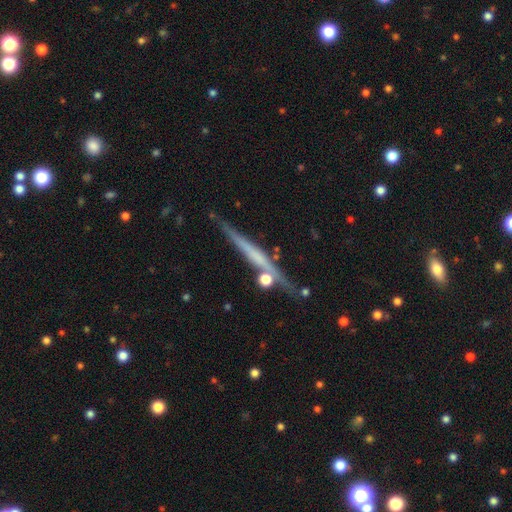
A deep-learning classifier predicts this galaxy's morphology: featured or disk 63%, smooth 29%, star or artifact 8%. Down the decision tree: edge-on disk — yes (96%); edge-on bulge — none (66%); merging — none (79%).